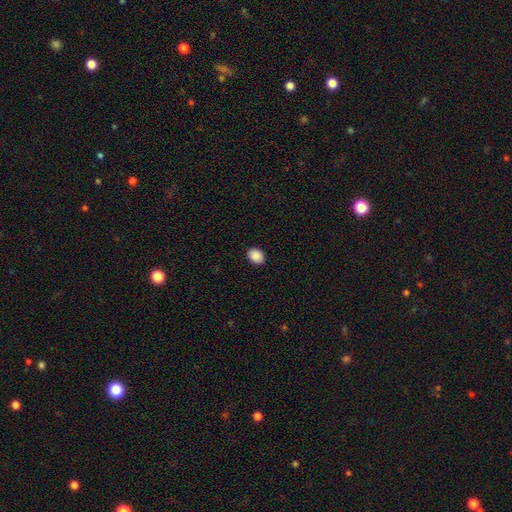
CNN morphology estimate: Q: Smooth or featured?
A: smooth (90%); runner-up: star or artifact (8%)
Q: How rounded?
A: in between (66%); runner-up: round (33%)
Q: Merging?
A: none (90%); runner-up: minor disturbance (7%)